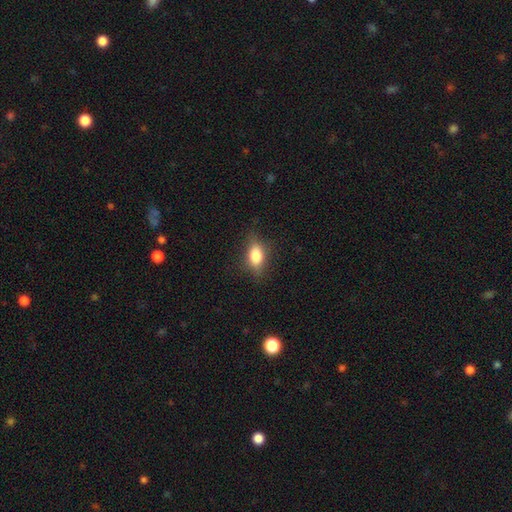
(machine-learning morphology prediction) Smooth or featured?
  - smooth: 78% *
  - featured or disk: 13%
  - star or artifact: 9%
How rounded?
  - in between: 79% *
  - round: 13%
  - cigar-shaped: 8%
Merging?
  - none: 78% *
  - minor disturbance: 17%
  - major disturbance: 4%
  - merger: 1%